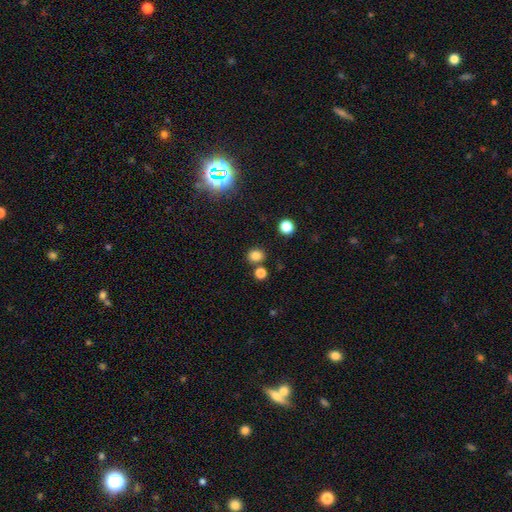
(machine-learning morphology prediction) This is clearly a smooth galaxy (82%). How rounded: likely round (73%). Merging: likely none (78%).